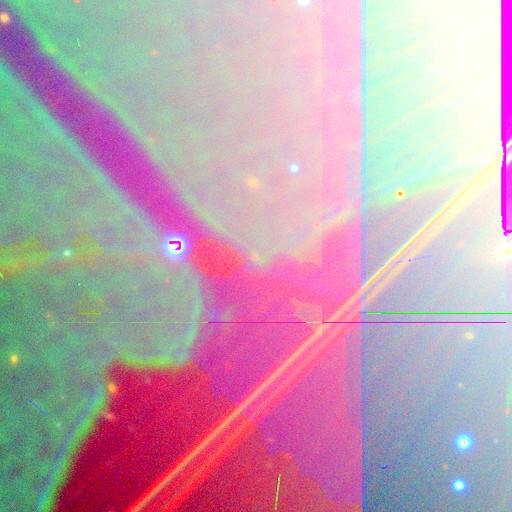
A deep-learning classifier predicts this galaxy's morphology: Q: Smooth or featured?
A: star or artifact (87%); runner-up: featured or disk (7%)